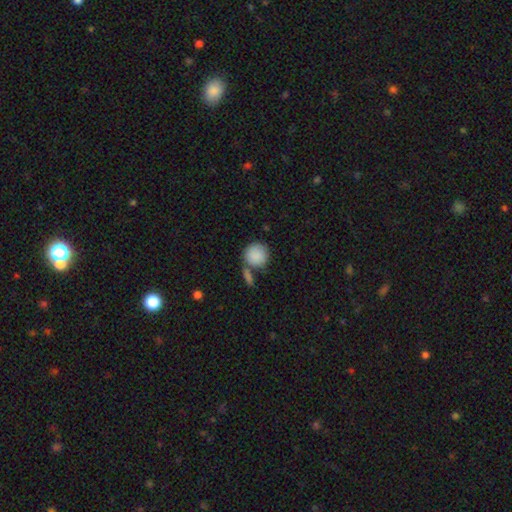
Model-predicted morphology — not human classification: Smooth or featured?
  - smooth: 88% *
  - star or artifact: 7%
  - featured or disk: 5%
How rounded?
  - round: 89% *
  - in between: 9%
  - cigar-shaped: 1%
Merging?
  - none: 60% *
  - merger: 22%
  - minor disturbance: 12%
  - major disturbance: 5%